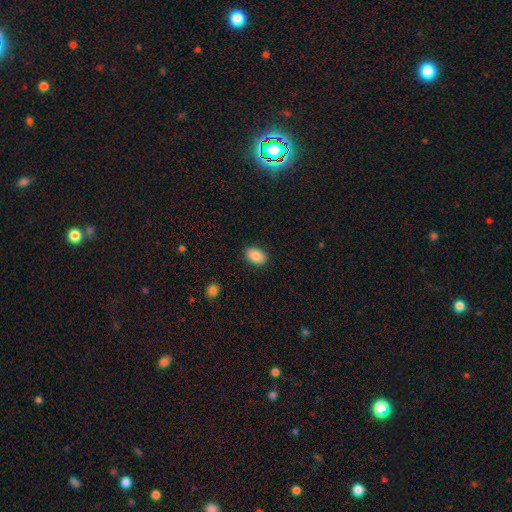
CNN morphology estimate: Smooth or featured: smooth — 87% (star or artifact — 7%)
How rounded: in between — 87% (round — 12%)
Merging: none — 88% (minor disturbance — 8%)